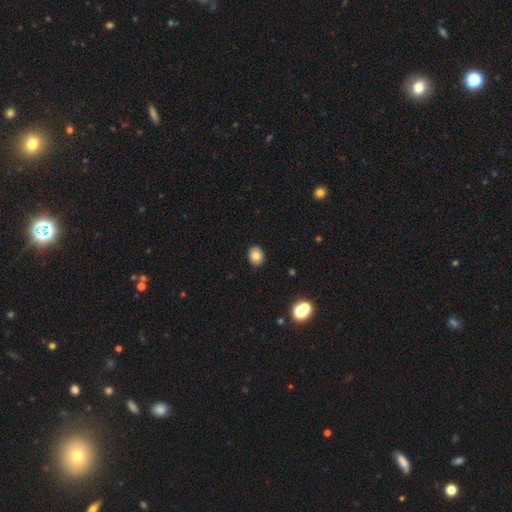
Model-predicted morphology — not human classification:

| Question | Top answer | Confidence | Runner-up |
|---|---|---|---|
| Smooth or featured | smooth | 79% | featured or disk (11%) |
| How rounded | round | 57% | in between (42%) |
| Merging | none | 89% | minor disturbance (8%) |